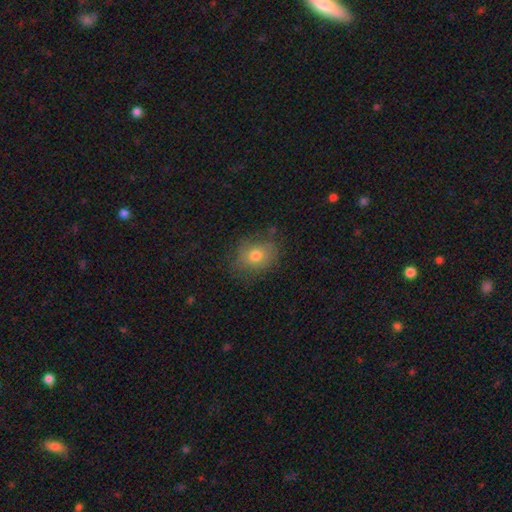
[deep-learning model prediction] This appears to be a smooth galaxy with no disk features (73%) that is round (63%). Merging: none (71%).